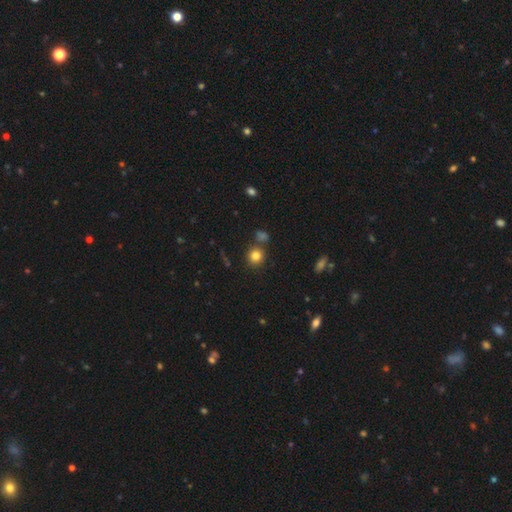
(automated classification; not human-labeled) Morphology: type=smooth (82%); roundness=round (89%); merging=none (78%).